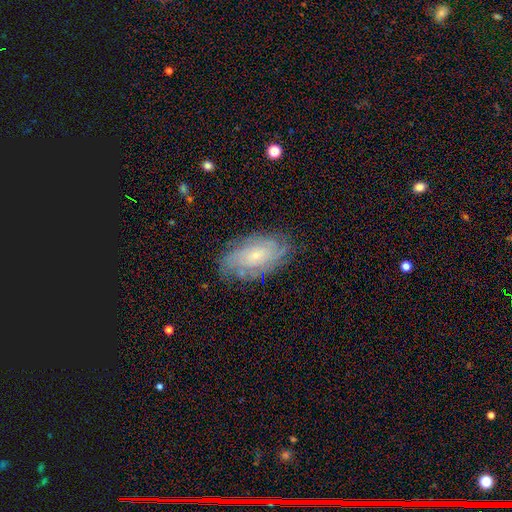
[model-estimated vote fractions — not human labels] Morphology: type=featured or disk (66%); edge-on=no (94%); bar=no (76%); spiral arms=yes (86%); winding=tight (65%); arm count=can't tell (57%); bulge=small (75%); merging=none (77%).